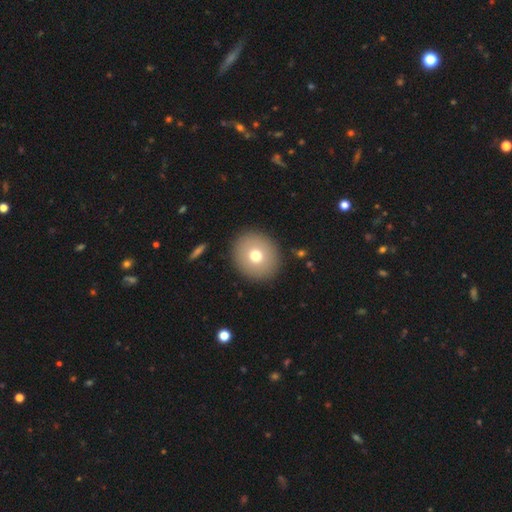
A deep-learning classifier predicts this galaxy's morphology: smooth-or-featured: smooth: 72% | featured or disk: 19% | star or artifact: 10%
  how-rounded: round: 85% | in between: 14% | cigar-shaped: 1%
  merging: none: 91% | minor disturbance: 6% | major disturbance: 2% | merger: 1%